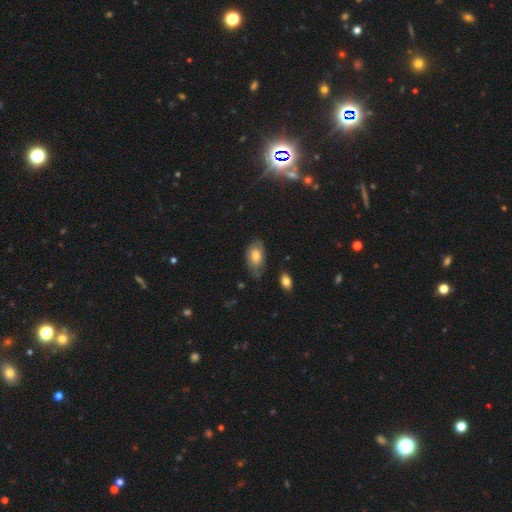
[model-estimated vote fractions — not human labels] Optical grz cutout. It shows a smooth galaxy with no disk features (63%) that is in between round and cigar-shaped (93%). Merging: none (65%).